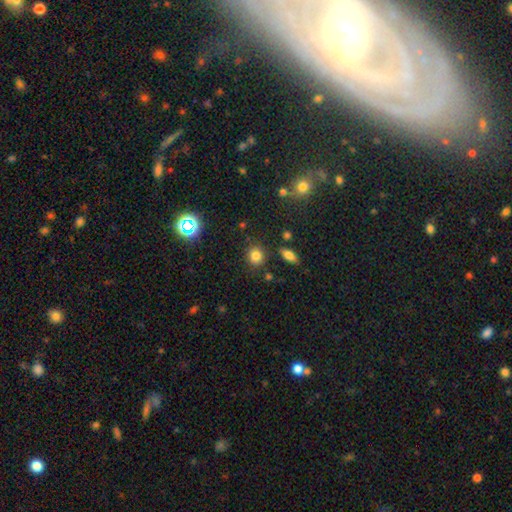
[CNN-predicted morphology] smooth-or-featured: smooth: 79% | star or artifact: 15% | featured or disk: 6%
  how-rounded: round: 82% | in between: 17% | cigar-shaped: 1%
  merging: none: 84% | minor disturbance: 9% | merger: 4% | major disturbance: 3%